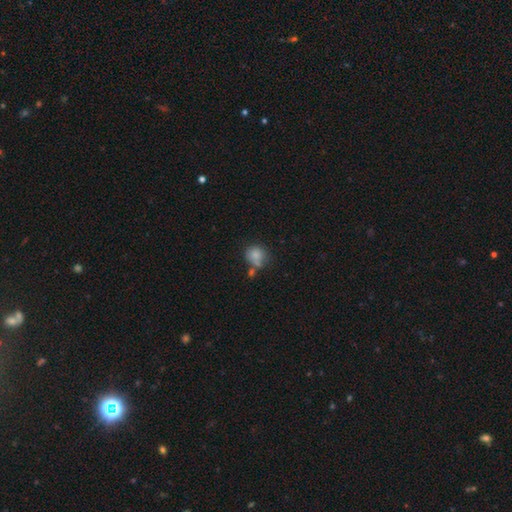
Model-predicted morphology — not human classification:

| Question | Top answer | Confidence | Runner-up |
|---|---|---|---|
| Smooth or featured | smooth | 83% | star or artifact (9%) |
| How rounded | round | 81% | in between (18%) |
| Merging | none | 52% | merger (22%) |